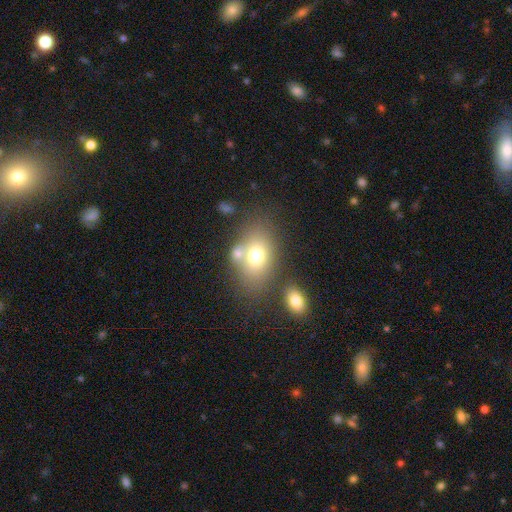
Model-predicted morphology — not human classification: A smooth galaxy with no disk features (70%) that is in between round and cigar-shaped (74%).

Vote fractions:
- Smooth or featured? smooth: 70% / featured or disk: 18% / star or artifact: 12%
- How rounded? in between: 74% / round: 24% / cigar-shaped: 1%
- Merging? none: 55% / merger: 24% / minor disturbance: 14% / major disturbance: 7%